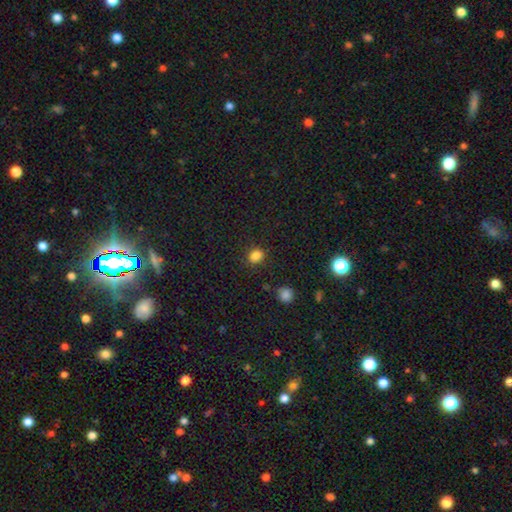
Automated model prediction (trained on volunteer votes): Smooth or featured? smooth (83%)
How rounded? in between (50%)
Merging? none (84%)